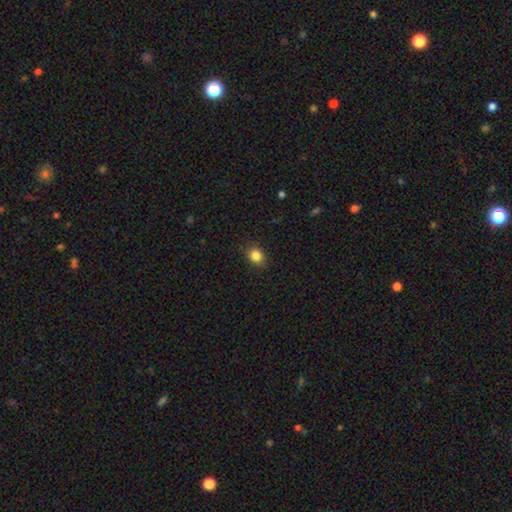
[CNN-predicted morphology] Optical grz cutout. It shows a smooth galaxy with no disk features (84%) that is round (58%). Merging: none (87%).